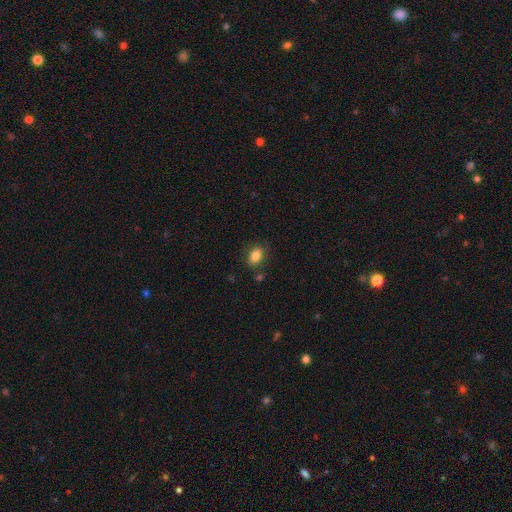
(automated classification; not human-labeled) Smooth or featured? Predicted: smooth (p=0.84). How rounded? Predicted: in between (p=0.73). Merging? Predicted: none (p=0.83).